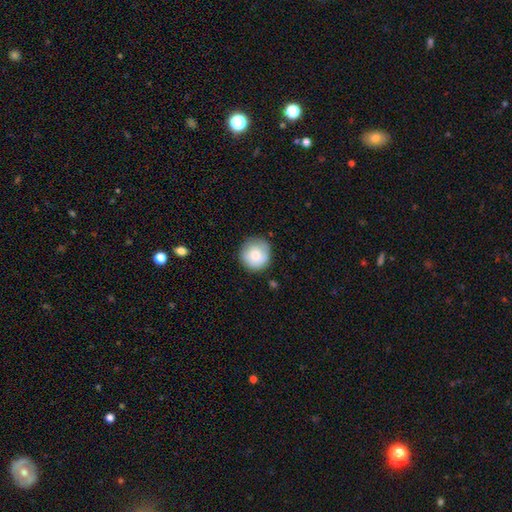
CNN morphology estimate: smooth 74%, featured or disk 19%, star or artifact 7%. Down the decision tree: how rounded — round (94%); merging — none (81%).